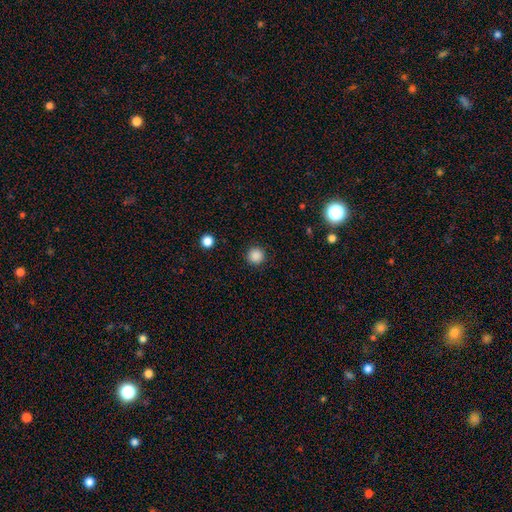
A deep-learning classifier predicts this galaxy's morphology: Smooth or featured: smooth — 86% (star or artifact — 11%)
How rounded: round — 96% (in between — 3%)
Merging: none — 92% (minor disturbance — 5%)